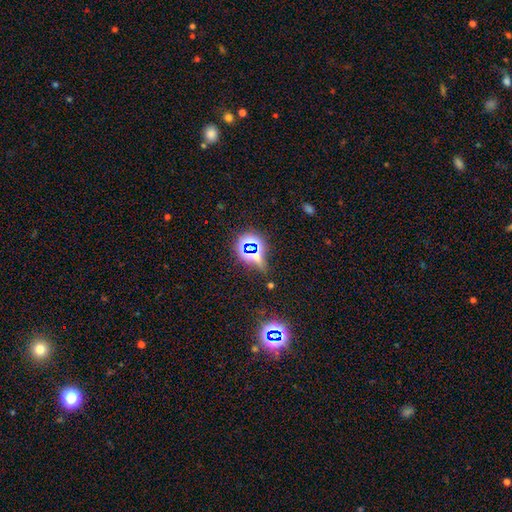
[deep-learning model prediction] Q: Smooth or featured?
A: star or artifact (67%); runner-up: smooth (23%)